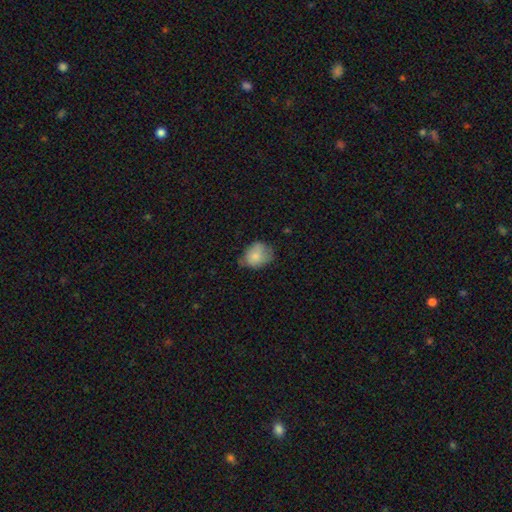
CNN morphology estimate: Smooth or featured: smooth — 77% (featured or disk — 15%)
How rounded: in between — 51% (round — 48%)
Merging: none — 47% (minor disturbance — 39%)